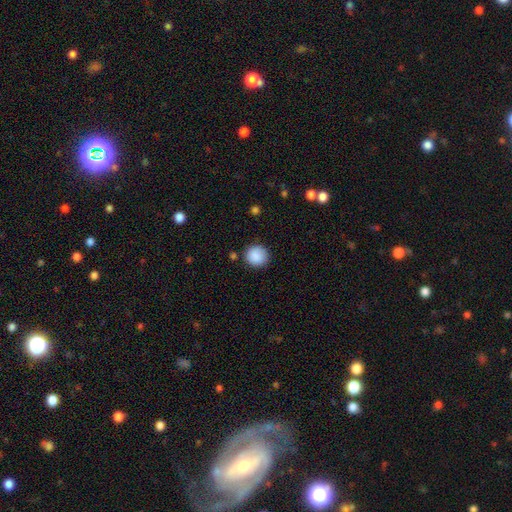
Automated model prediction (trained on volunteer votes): The model was most divided on "merging": none: 84%, minor disturbance: 11%, major disturbance: 3%, merger: 2%. More confident: how rounded — round (91%); smooth or featured — smooth (88%).